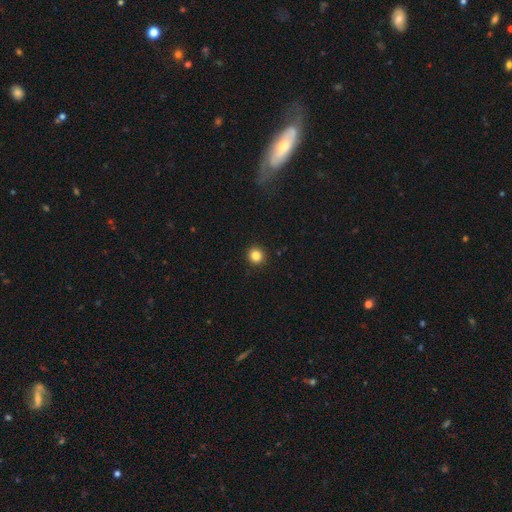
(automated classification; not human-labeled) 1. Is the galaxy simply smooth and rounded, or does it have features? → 84% smooth, 11% star or artifact, 4% featured or disk.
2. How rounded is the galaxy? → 93% round, 6% in between, 1% cigar-shaped.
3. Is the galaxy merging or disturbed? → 93% none, 5% minor disturbance, 2% major disturbance, 1% merger.